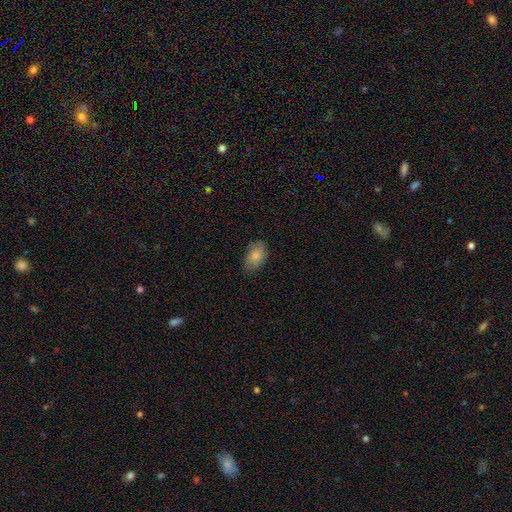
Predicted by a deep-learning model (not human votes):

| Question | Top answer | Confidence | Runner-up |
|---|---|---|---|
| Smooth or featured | smooth | 82% | featured or disk (11%) |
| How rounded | in between | 91% | round (8%) |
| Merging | none | 76% | minor disturbance (19%) |